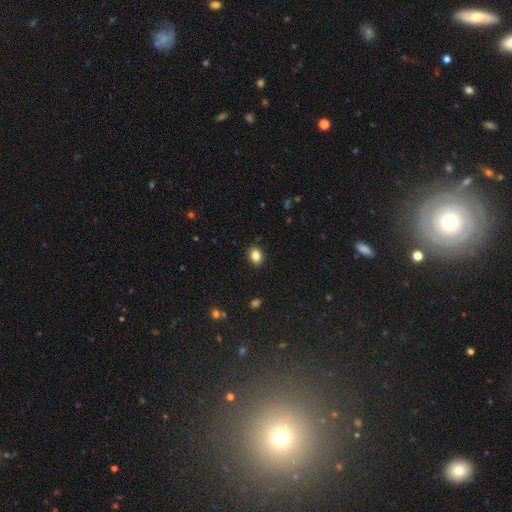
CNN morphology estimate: A smooth galaxy with no disk features (84%) that is in between round and cigar-shaped (57%).

Vote fractions:
- Smooth or featured? smooth: 84% / star or artifact: 10% / featured or disk: 6%
- How rounded? in between: 57% / round: 42% / cigar-shaped: 1%
- Merging? none: 89% / minor disturbance: 8% / major disturbance: 2% / merger: 1%